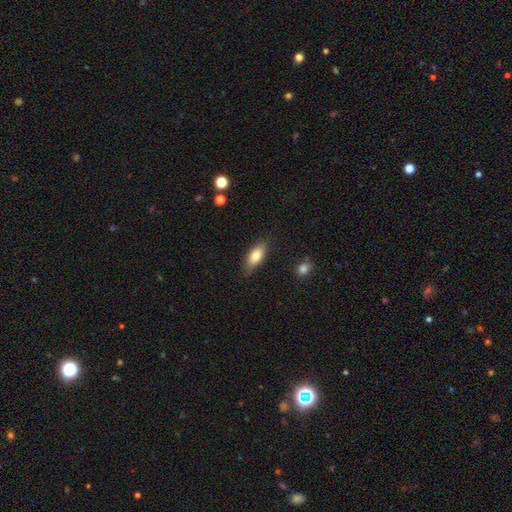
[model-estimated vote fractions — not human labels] smooth-or-featured: smooth: 77% | featured or disk: 16% | star or artifact: 7%
  how-rounded: in between: 81% | cigar-shaped: 15% | round: 4%
  merging: none: 74% | minor disturbance: 21% | major disturbance: 4% | merger: 2%